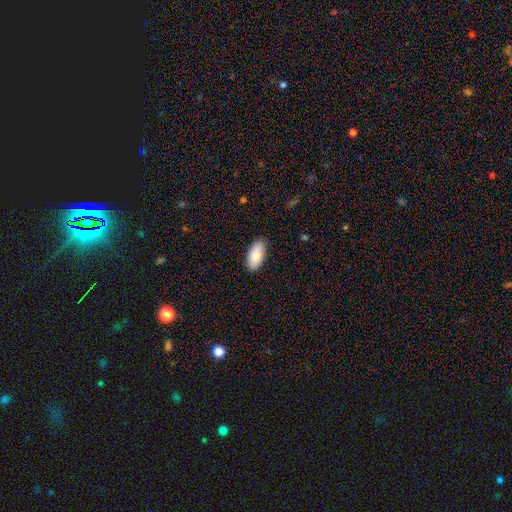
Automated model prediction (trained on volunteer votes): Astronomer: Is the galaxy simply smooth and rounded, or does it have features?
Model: smooth — 85%.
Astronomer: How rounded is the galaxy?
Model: in between — 92%.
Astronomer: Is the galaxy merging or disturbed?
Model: none — 86%.